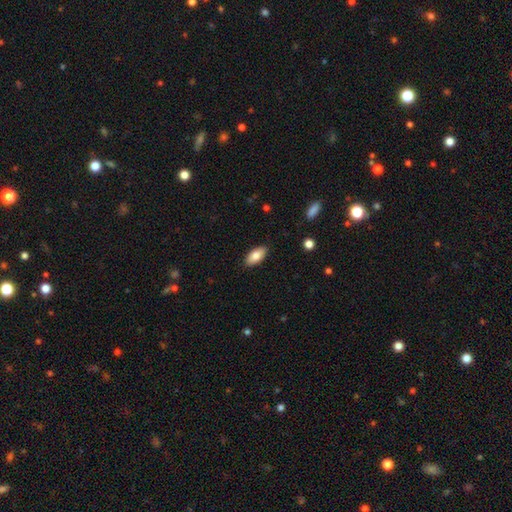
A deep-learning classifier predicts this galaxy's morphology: Smooth or featured: smooth — 81% (featured or disk — 13%)
How rounded: in between — 90% (cigar-shaped — 7%)
Merging: none — 88% (minor disturbance — 9%)